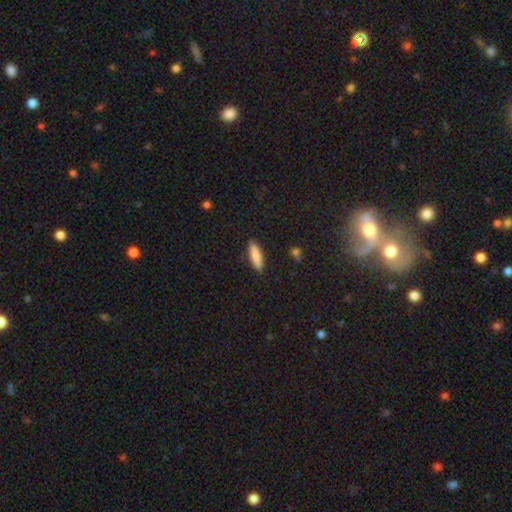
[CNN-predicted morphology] smooth 83%, featured or disk 11%, star or artifact 6%. Down the decision tree: how rounded — cigar-shaped (67%); merging — none (89%).